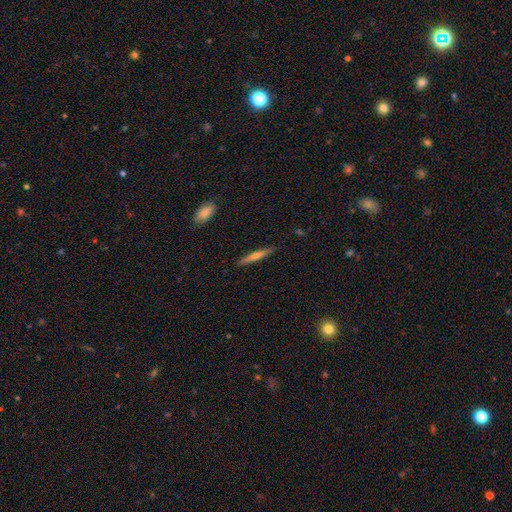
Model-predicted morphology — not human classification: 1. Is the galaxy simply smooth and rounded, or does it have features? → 53% featured or disk, 40% smooth, 7% star or artifact.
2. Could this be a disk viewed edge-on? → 97% yes, 3% no.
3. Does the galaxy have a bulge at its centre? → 70% rounded, 24% none, 6% boxy.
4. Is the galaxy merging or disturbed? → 90% none, 7% minor disturbance, 1% major disturbance, 1% merger.